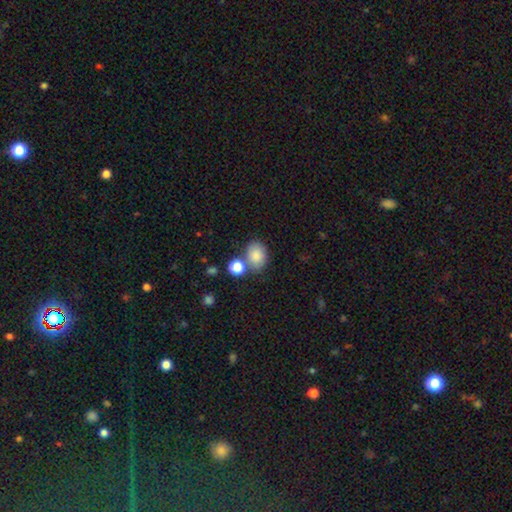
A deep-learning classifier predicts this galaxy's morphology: Smooth or featured? smooth (84%)
How rounded? in between (63%)
Merging? none (61%)